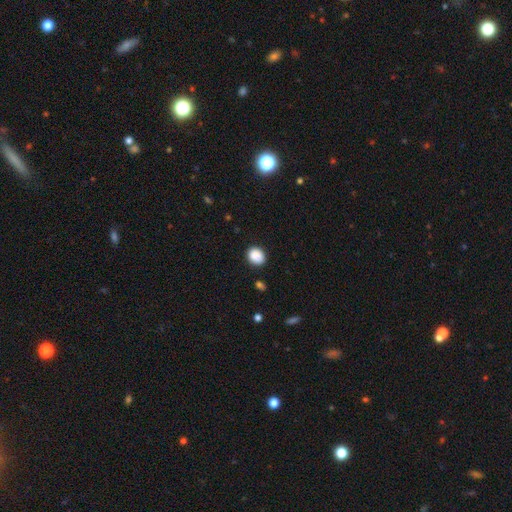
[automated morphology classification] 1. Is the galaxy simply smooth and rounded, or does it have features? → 88% smooth, 9% star or artifact, 3% featured or disk.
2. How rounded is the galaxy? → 64% round, 35% in between, 1% cigar-shaped.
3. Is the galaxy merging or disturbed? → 86% none, 10% minor disturbance, 3% major disturbance, 2% merger.